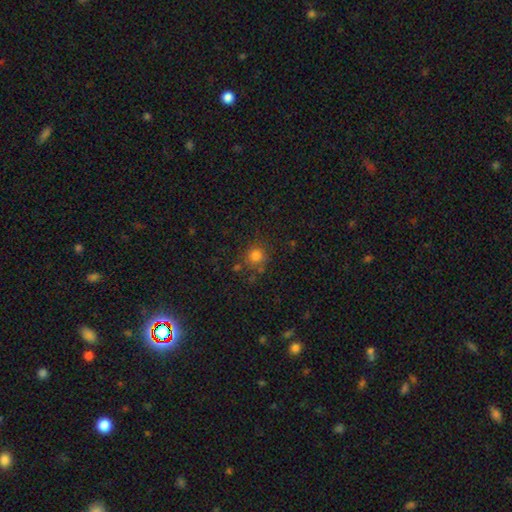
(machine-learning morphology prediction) This appears to be a smooth galaxy with no disk features (79%) that is round (89%). Merging: none (74%).